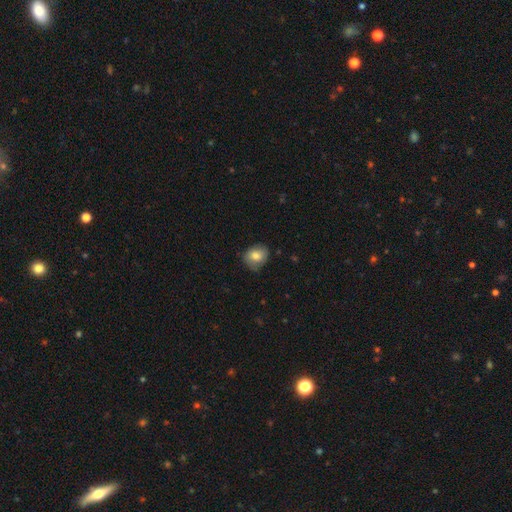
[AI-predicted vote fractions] A smooth galaxy with no disk features (76%) that is round (56%). Merging: none (71%).